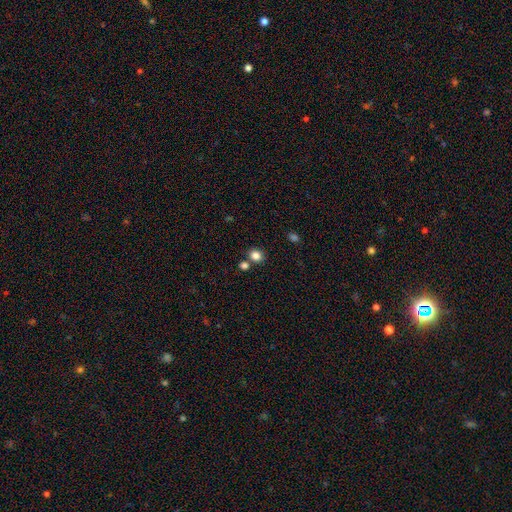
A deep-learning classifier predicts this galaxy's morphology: smooth 83%, star or artifact 12%, featured or disk 5%. Down the decision tree: how rounded — round (70%); merging — none (74%).